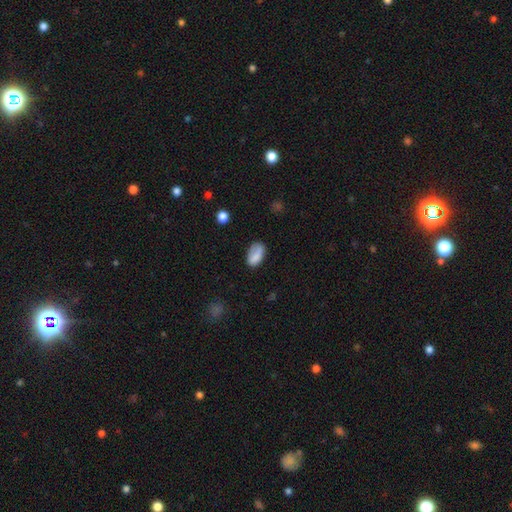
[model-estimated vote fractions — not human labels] This appears to be a smooth galaxy with no disk features (81%) that is in between round and cigar-shaped (92%). Merging: none (66%).